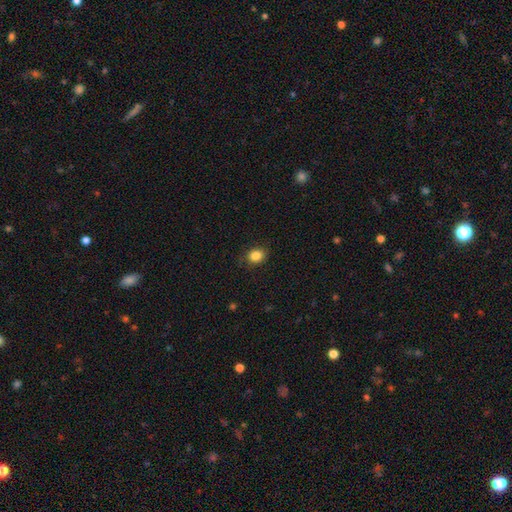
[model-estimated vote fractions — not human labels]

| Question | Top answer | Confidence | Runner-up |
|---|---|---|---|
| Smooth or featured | smooth | 85% | star or artifact (10%) |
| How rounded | round | 51% | in between (48%) |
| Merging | none | 84% | minor disturbance (12%) |